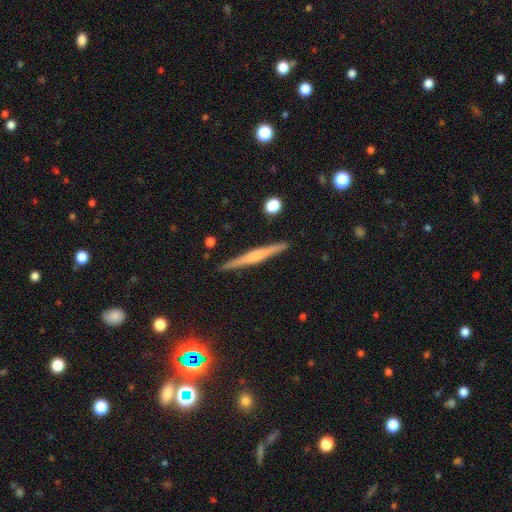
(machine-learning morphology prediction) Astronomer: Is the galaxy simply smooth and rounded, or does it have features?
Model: featured or disk — 65%.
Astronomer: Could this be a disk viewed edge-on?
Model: yes — 98%.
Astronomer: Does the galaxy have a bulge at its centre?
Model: rounded — 53%.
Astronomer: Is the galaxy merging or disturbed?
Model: none — 91%.